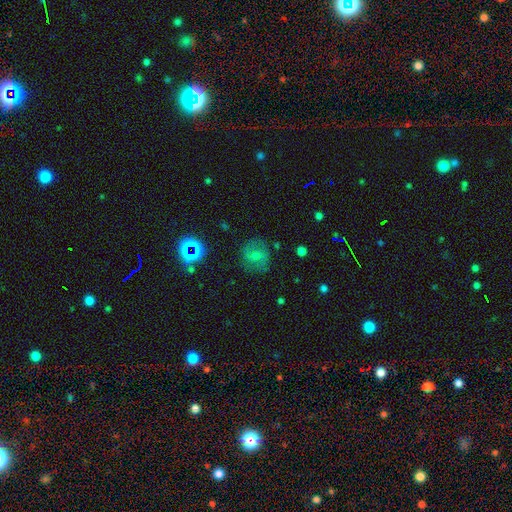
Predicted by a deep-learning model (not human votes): Overall: featured or disk (37%, tied with smooth). Merging: none (80%).